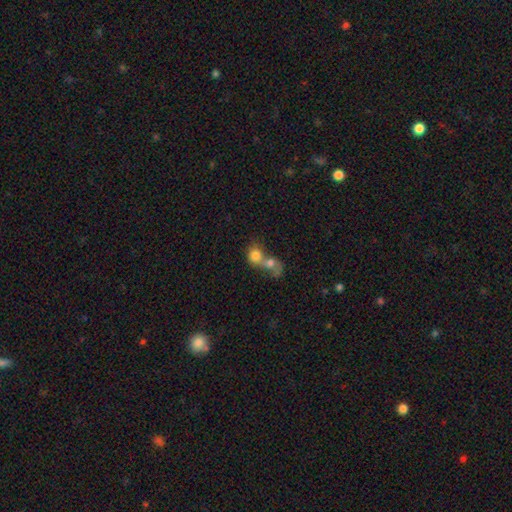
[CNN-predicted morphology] smooth_or_featured: smooth (p=0.73) [alt: featured or disk p=0.18]
how_rounded: round (p=0.69) [alt: in between p=0.29]
merging: merger (p=0.79) [alt: none p=0.12]